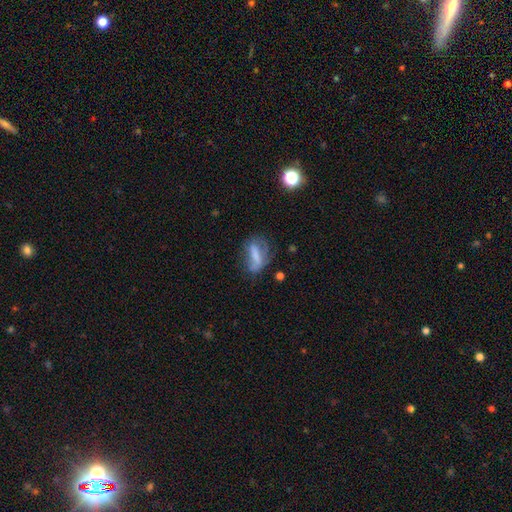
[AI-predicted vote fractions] This is possibly a smooth galaxy (58%). How rounded: likely in between (65%). Merging: marginally none (42%).